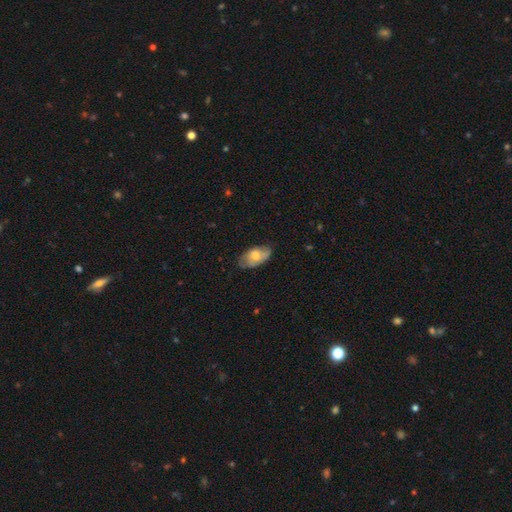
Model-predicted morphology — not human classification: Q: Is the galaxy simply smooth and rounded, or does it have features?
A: smooth — 59%.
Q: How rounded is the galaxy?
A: in between — 92%.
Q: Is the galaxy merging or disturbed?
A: none — 64%.